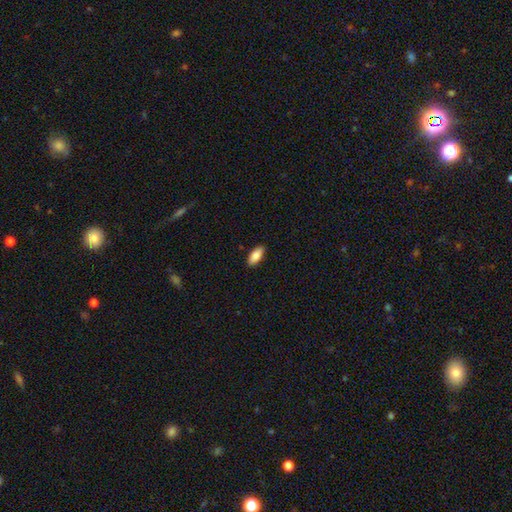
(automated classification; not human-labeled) Smooth or featured? smooth (86%)
How rounded? in between (84%)
Merging? none (89%)